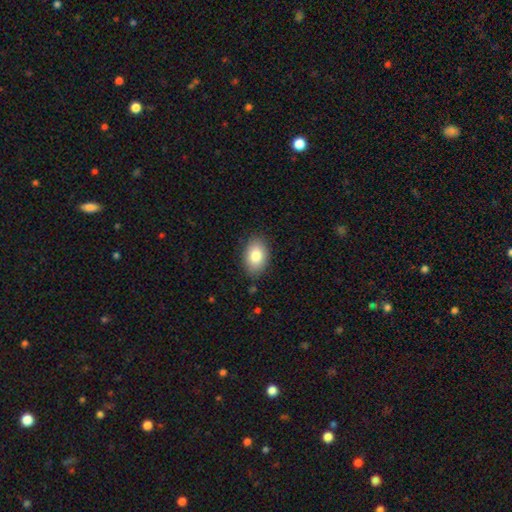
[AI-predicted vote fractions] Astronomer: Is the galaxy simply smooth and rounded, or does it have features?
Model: smooth — 82%.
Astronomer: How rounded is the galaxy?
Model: in between — 87%.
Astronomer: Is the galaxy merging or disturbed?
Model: none — 86%.